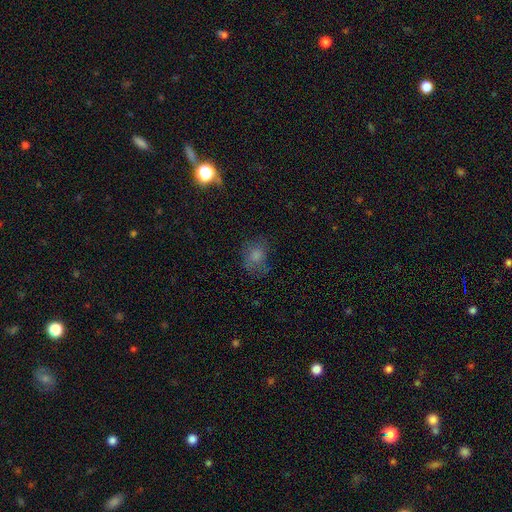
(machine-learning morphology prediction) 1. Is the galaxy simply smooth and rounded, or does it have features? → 72% smooth, 15% star or artifact, 13% featured or disk.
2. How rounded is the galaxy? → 53% round, 46% in between, 1% cigar-shaped.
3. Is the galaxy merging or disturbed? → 60% none, 23% minor disturbance, 15% major disturbance, 2% merger.